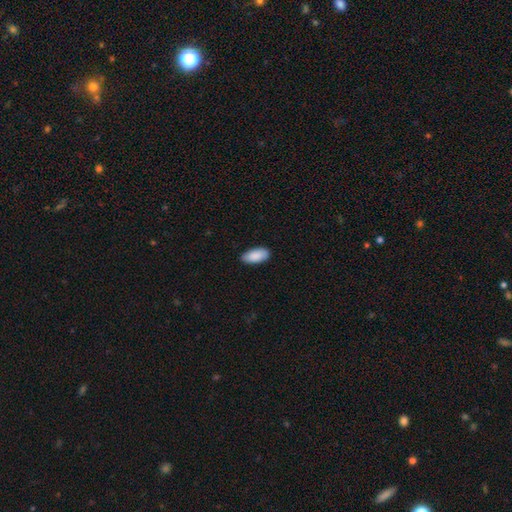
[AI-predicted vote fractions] Smooth or featured: smooth — 90% (star or artifact — 5%)
How rounded: in between — 93% (cigar-shaped — 5%)
Merging: none — 87% (minor disturbance — 10%)